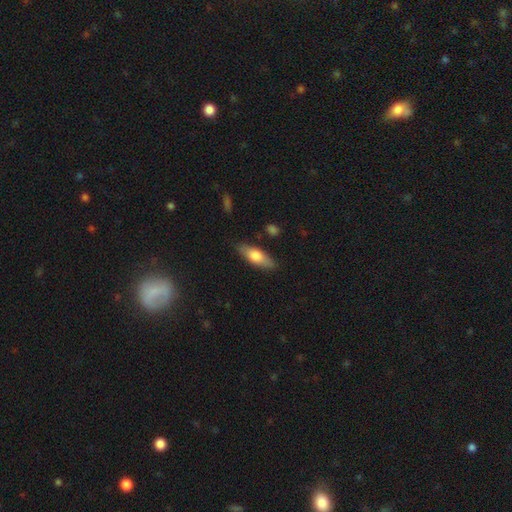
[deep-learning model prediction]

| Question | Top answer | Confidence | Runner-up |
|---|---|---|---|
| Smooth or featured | smooth | 66% | featured or disk (28%) |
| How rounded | in between | 60% | cigar-shaped (37%) |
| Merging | none | 84% | minor disturbance (12%) |